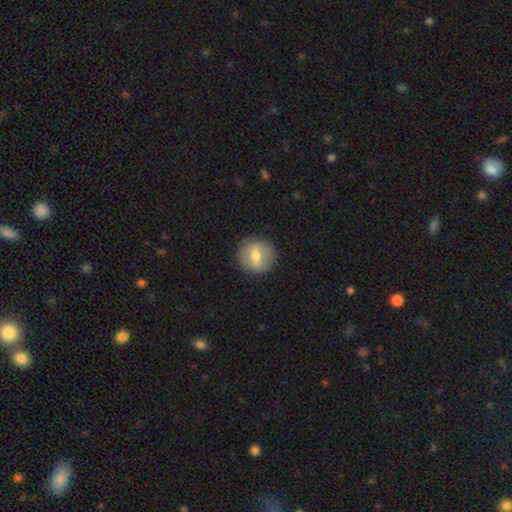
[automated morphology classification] A smooth galaxy with no disk features (50%) that is round (90%). Merging: none (89%).